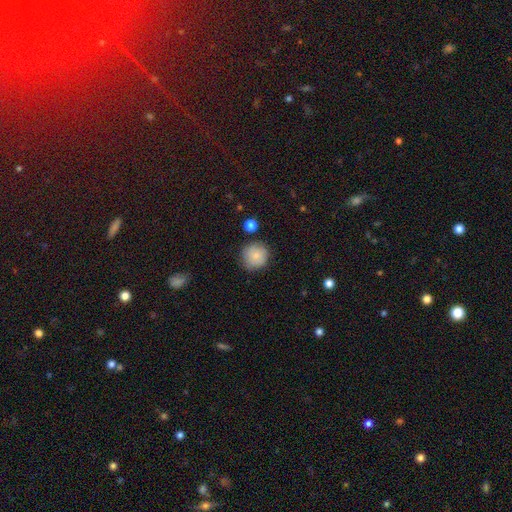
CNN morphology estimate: smooth-or-featured: smooth: 81% | featured or disk: 11% | star or artifact: 8%
  how-rounded: round: 93% | in between: 6% | cigar-shaped: 1%
  merging: none: 80% | minor disturbance: 14% | major disturbance: 3% | merger: 3%